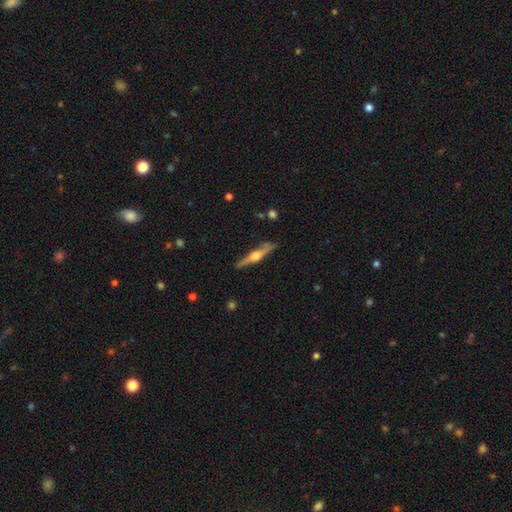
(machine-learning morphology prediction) Smooth or featured: featured or disk — 75% (smooth — 20%)
Edge-on disk: yes — 97% (no — 3%)
Edge-on bulge: rounded — 91% (boxy — 6%)
Merging: none — 87% (minor disturbance — 9%)